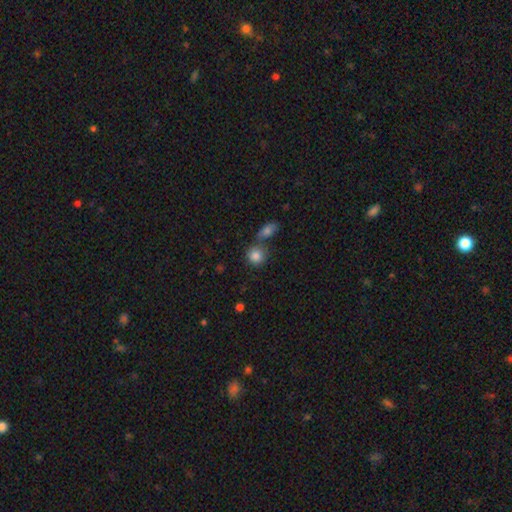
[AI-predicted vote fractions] Morphology: type=smooth (85%); roundness=round (84%); merging=none (58%).